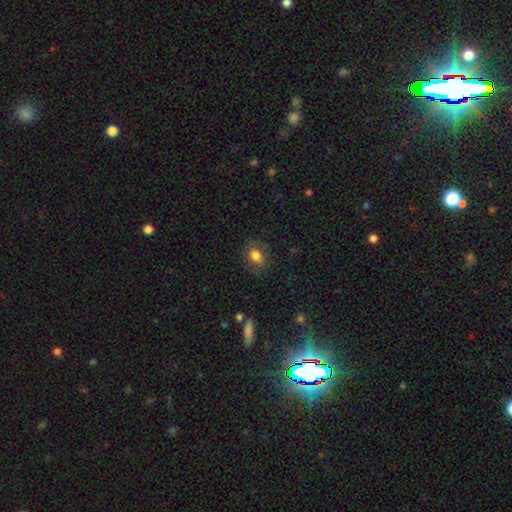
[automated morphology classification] The model was most divided on "how rounded": in between: 57%, round: 41%, cigar-shaped: 1%. More confident: merging — none (79%); smooth or featured — smooth (77%).